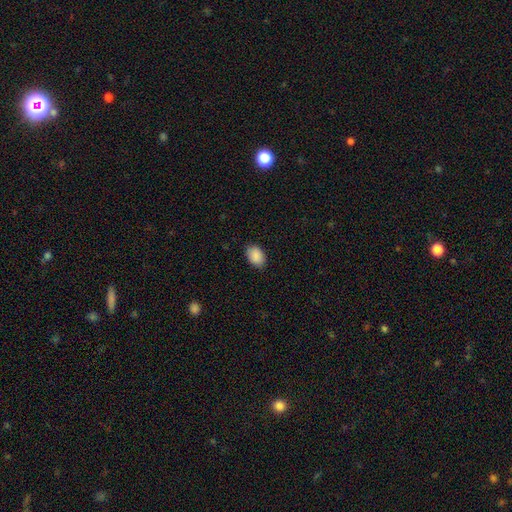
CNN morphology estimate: smooth-or-featured: smooth: 90% | star or artifact: 7% | featured or disk: 3%
  how-rounded: in between: 84% | round: 15% | cigar-shaped: 1%
  merging: none: 86% | minor disturbance: 11% | major disturbance: 2% | merger: 1%